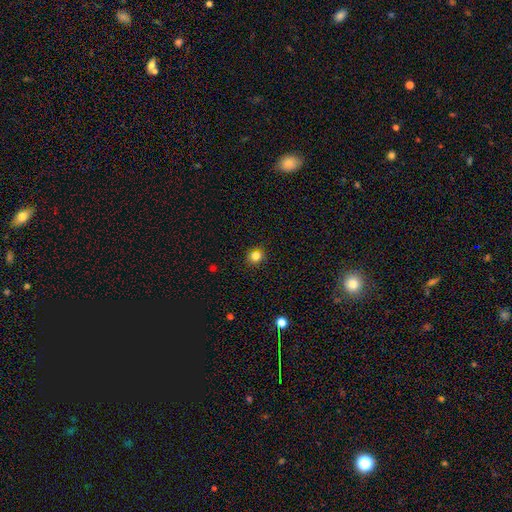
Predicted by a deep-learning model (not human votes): Smooth or featured? Predicted: smooth (p=0.82). How rounded? Predicted: round (p=0.81). Merging? Predicted: none (p=0.89).